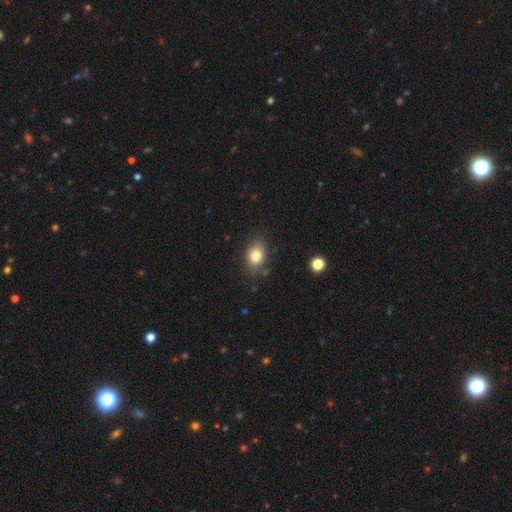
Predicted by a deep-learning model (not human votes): Overall: smooth (81%). How rounded: in between (69%; round 30%). Merging: none (82%).